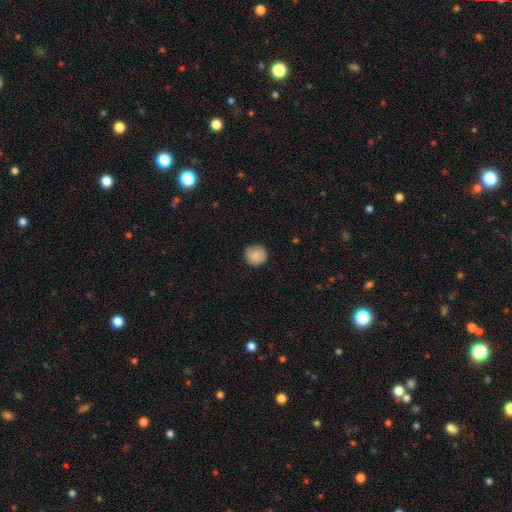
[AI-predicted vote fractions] Morphology: type=smooth (85%); roundness=round (93%); merging=none (86%).